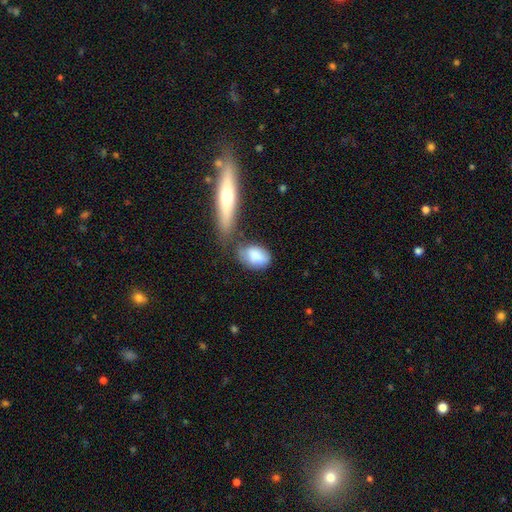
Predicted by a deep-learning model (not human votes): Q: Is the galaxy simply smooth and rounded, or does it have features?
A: smooth — 81%.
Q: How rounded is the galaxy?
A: in between — 85%.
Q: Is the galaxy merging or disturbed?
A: none — 42%.